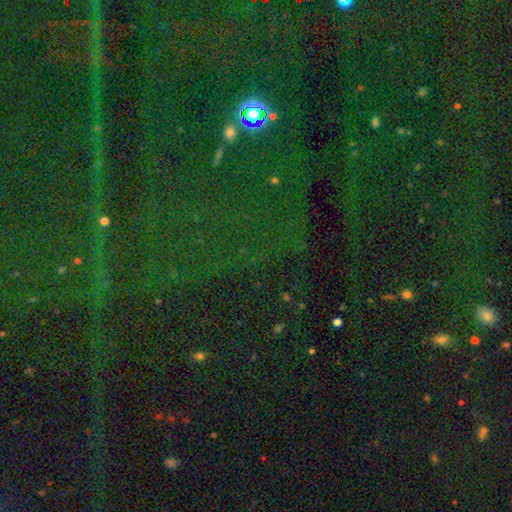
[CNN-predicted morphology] A star or artifact, not a galaxy (83%).